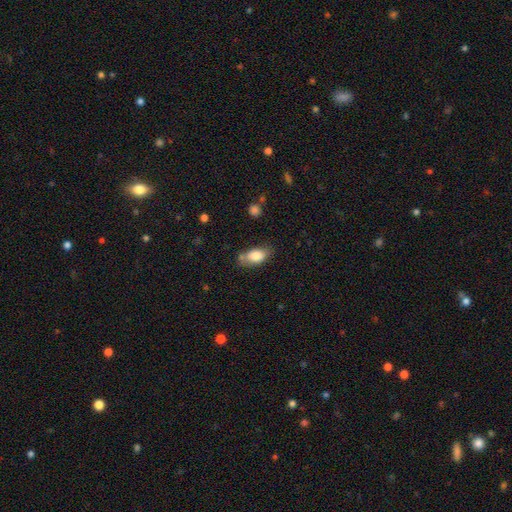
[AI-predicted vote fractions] Smooth or featured? smooth (82%)
How rounded? in between (89%)
Merging? none (57%)